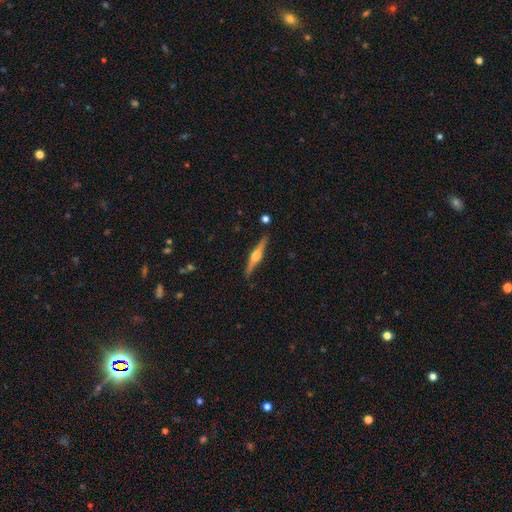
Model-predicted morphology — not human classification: A featured or disk galaxy (75%) viewed edge-on (98%) with a rounded central bulge (92%).

Vote fractions:
- Smooth or featured? featured or disk: 75% / smooth: 19% / star or artifact: 6%
- Edge-on disk? yes: 98% / no: 2%
- Edge-on bulge? rounded: 92% / boxy: 5% / none: 2%
- Merging? none: 88% / minor disturbance: 9% / merger: 2% / major disturbance: 2%